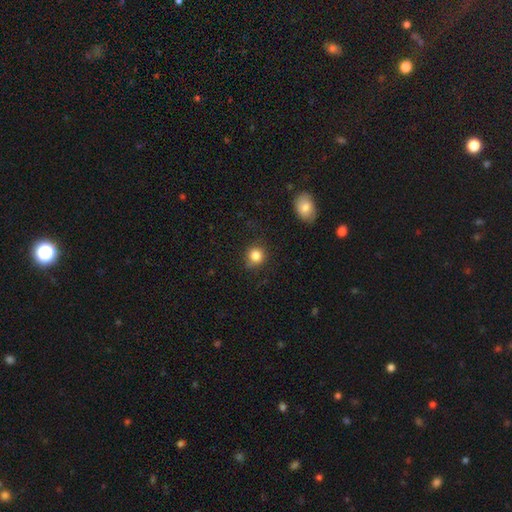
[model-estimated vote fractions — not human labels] Morphology: type=smooth (84%); roundness=round (87%); merging=none (80%).